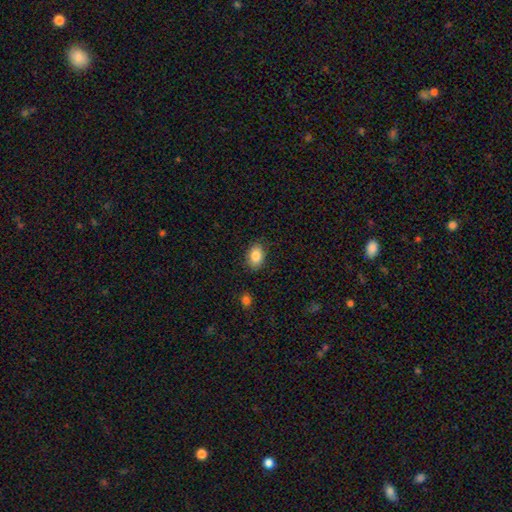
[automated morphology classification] Q: Smooth or featured?
A: smooth (86%); runner-up: star or artifact (8%)
Q: How rounded?
A: in between (86%); runner-up: round (13%)
Q: Merging?
A: none (84%); runner-up: minor disturbance (12%)